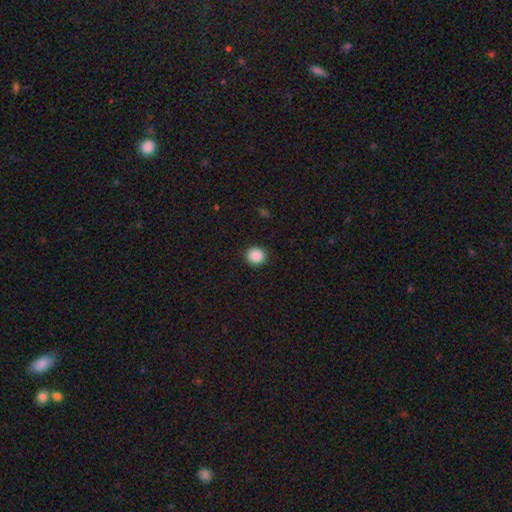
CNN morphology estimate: Smooth or featured? Predicted: smooth (p=0.89). How rounded? Predicted: round (p=0.89). Merging? Predicted: none (p=0.92).